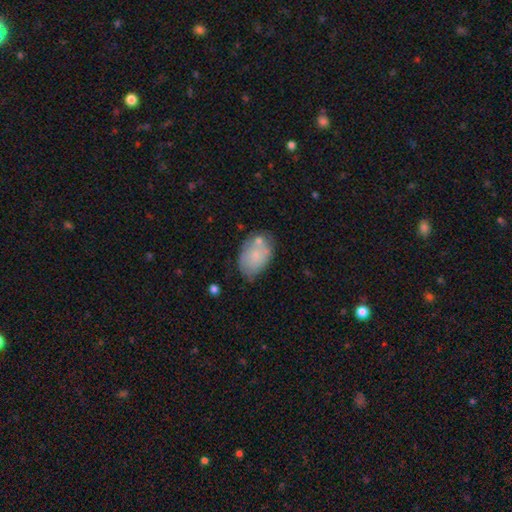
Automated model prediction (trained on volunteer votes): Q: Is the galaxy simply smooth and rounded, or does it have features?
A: smooth — 69%.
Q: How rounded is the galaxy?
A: in between — 89%.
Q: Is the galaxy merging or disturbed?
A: none — 58%.